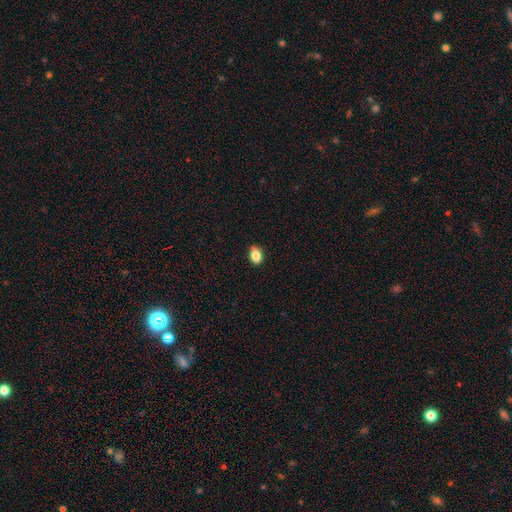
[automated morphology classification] Smooth or featured?
  - smooth: 85% *
  - star or artifact: 8%
  - featured or disk: 7%
How rounded?
  - in between: 78% *
  - round: 20%
  - cigar-shaped: 2%
Merging?
  - none: 86% *
  - minor disturbance: 11%
  - major disturbance: 2%
  - merger: 1%